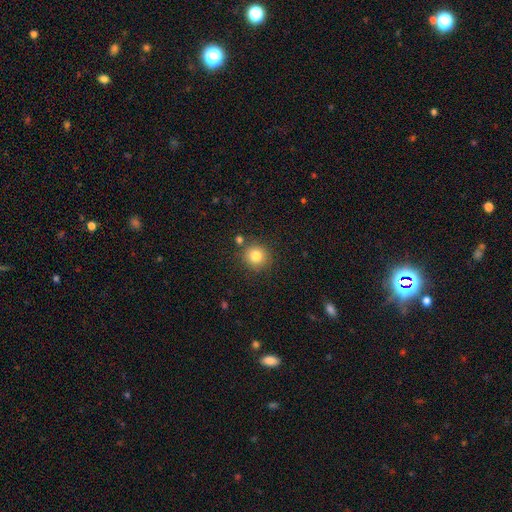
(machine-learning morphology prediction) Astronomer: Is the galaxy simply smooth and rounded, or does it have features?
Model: smooth — 81%.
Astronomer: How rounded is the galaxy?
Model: round — 92%.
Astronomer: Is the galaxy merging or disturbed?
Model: none — 82%.